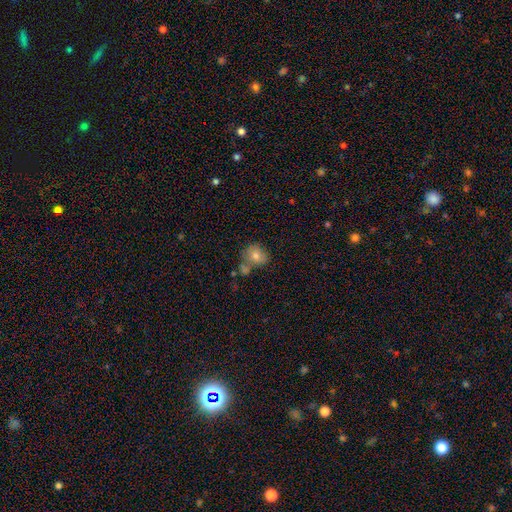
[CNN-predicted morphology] Overall: smooth (76%). How rounded: round (69%; in between 30%). Merging: none (53%; merger 26%).